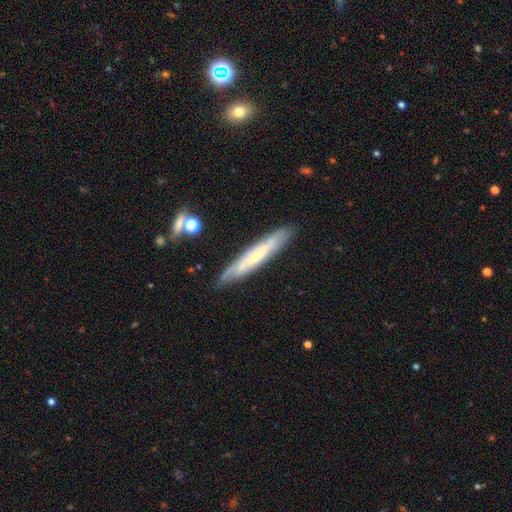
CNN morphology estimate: Q: Smooth or featured?
A: featured or disk (62%); runner-up: smooth (32%)
Q: Edge-on disk?
A: yes (67%); runner-up: no (33%)
Q: Merging?
A: none (80%); runner-up: minor disturbance (15%)